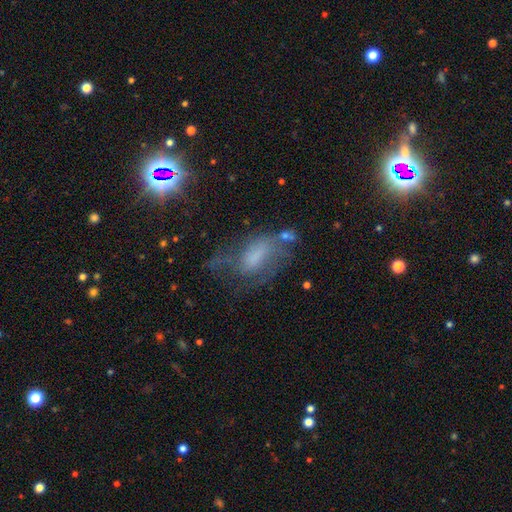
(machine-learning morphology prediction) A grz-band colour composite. It shows a featured or disk galaxy (45%). Merging: none (36%).